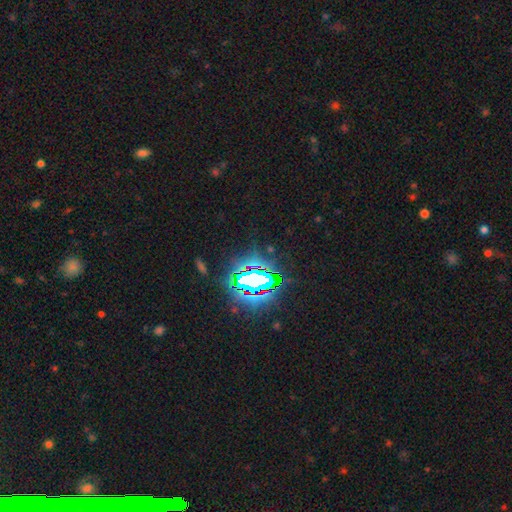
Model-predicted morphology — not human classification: Smooth or featured? Predicted: star or artifact (p=0.83).